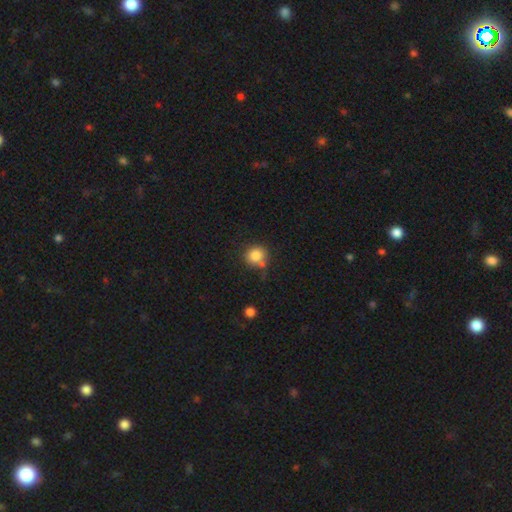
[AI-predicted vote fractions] Smooth or featured? Predicted: smooth (p=0.83). How rounded? Predicted: round (p=0.87). Merging? Predicted: none (p=0.66).